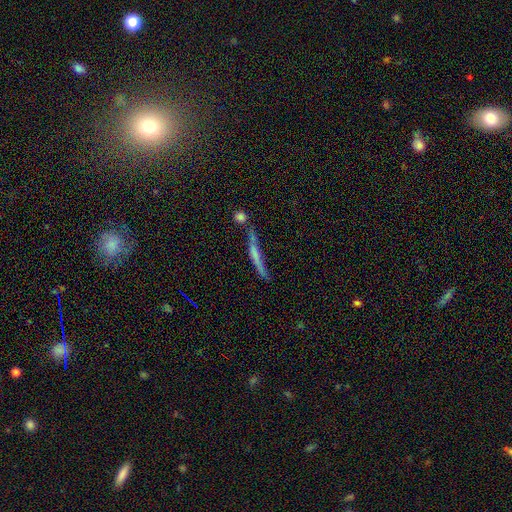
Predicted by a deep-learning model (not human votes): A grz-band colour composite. It shows a smooth galaxy with no disk features (45%, tied with featured or disk). Merging: none (48%).